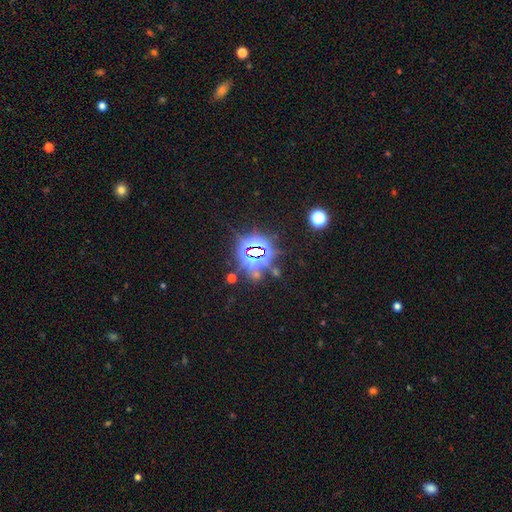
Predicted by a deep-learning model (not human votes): smooth_or_featured: star or artifact (p=0.79) [alt: smooth p=0.12]